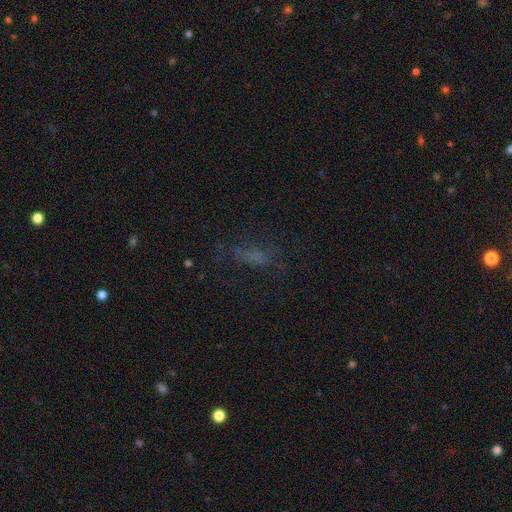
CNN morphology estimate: Smooth or featured?
  - smooth: 47% *
  - star or artifact: 28%
  - featured or disk: 25%
Merging?
  - none: 49% *
  - major disturbance: 28%
  - minor disturbance: 20%
  - merger: 3%